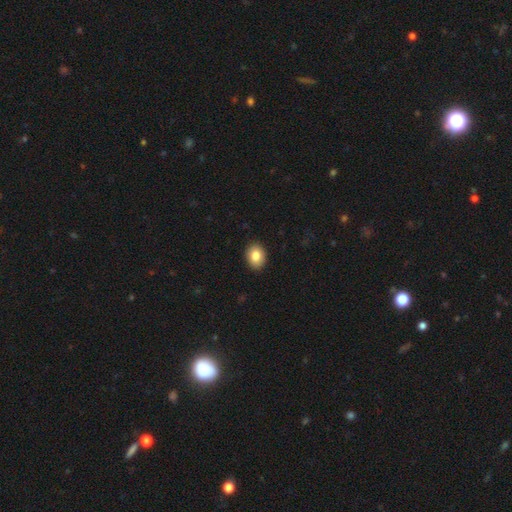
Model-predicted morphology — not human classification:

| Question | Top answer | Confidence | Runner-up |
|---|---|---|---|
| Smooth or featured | smooth | 84% | star or artifact (8%) |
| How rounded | in between | 63% | round (36%) |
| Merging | none | 91% | minor disturbance (7%) |